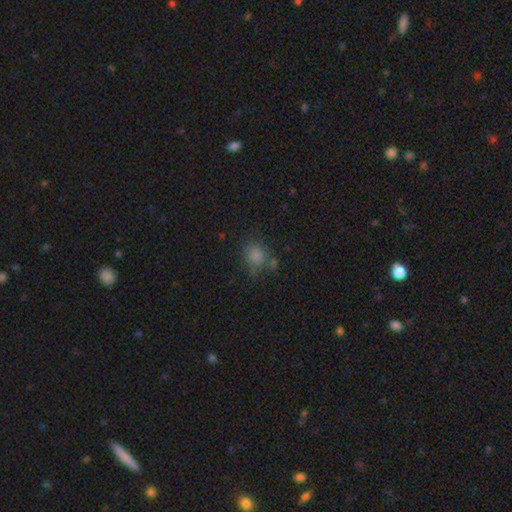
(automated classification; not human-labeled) This appears to be a smooth galaxy with no disk features (80%) that is round (73%). Merging: none (67%).